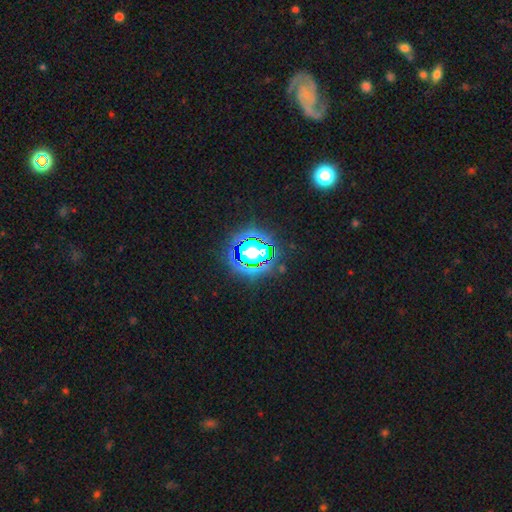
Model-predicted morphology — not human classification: A star or artifact, not a galaxy (62%).

Vote fractions:
- Smooth or featured? star or artifact: 62% / smooth: 24% / featured or disk: 14%